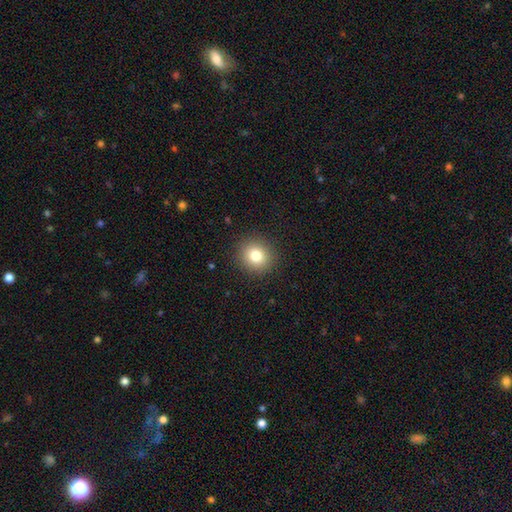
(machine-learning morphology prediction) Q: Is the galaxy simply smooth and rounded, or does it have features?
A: smooth — 79%.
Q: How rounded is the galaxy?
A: round — 91%.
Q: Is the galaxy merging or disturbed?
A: none — 91%.